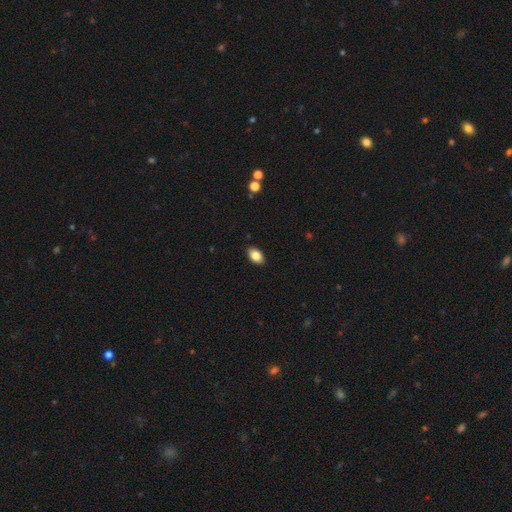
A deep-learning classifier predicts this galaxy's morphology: type=smooth (84%); roundness=in between (90%); merging=none (89%).